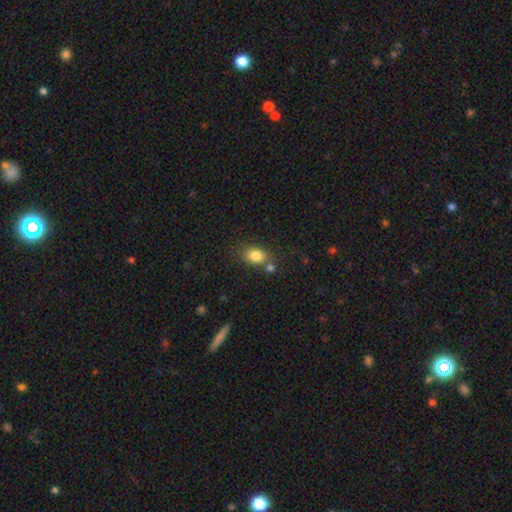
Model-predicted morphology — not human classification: This is clearly a smooth galaxy (83%). How rounded: likely in between (69%). Merging: likely none (65%).